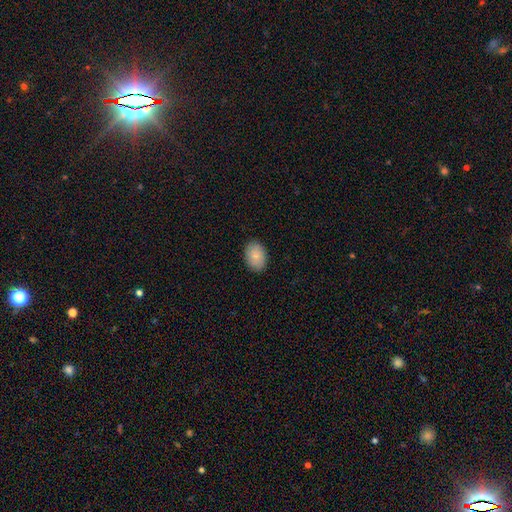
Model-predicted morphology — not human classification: Smooth or featured? Predicted: smooth (p=0.83). How rounded? Predicted: in between (p=0.78). Merging? Predicted: none (p=0.88).